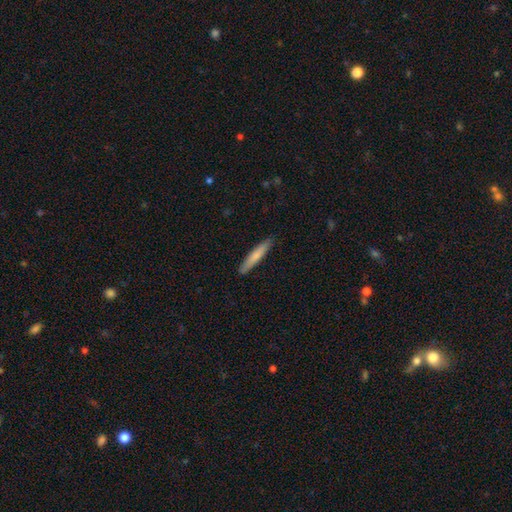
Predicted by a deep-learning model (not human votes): This appears to be a smooth galaxy with no disk features (75%) that is cigar-shaped (93%). Merging: none (89%).